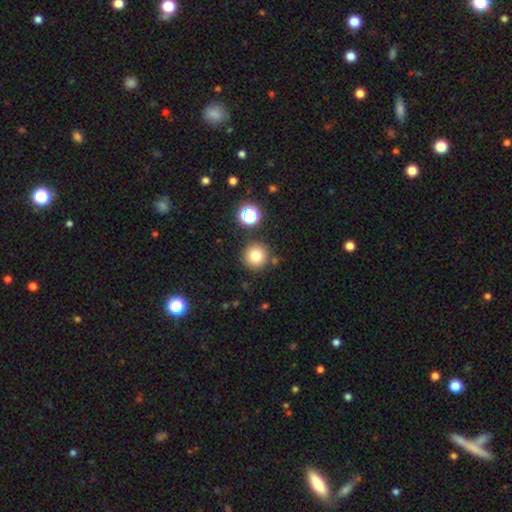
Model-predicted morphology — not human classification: This appears to be a smooth galaxy with no disk features (78%) that is round (95%). Merging: none (84%).